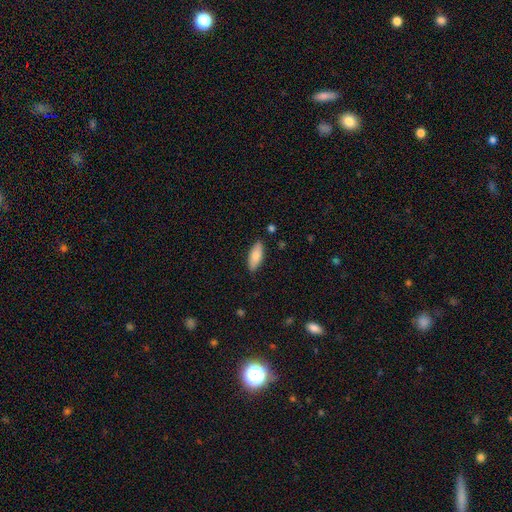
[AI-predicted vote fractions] Overall: smooth (78%). How rounded: in between (75%). Merging: none (86%).